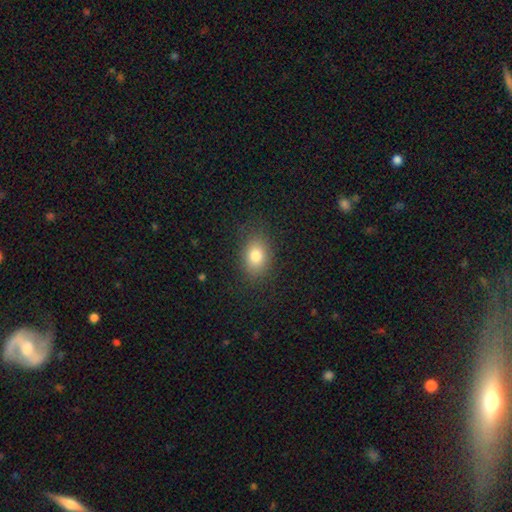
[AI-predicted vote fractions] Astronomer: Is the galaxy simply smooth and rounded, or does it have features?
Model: smooth — 80%.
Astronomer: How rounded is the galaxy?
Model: in between — 73%.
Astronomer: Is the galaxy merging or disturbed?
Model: none — 82%.